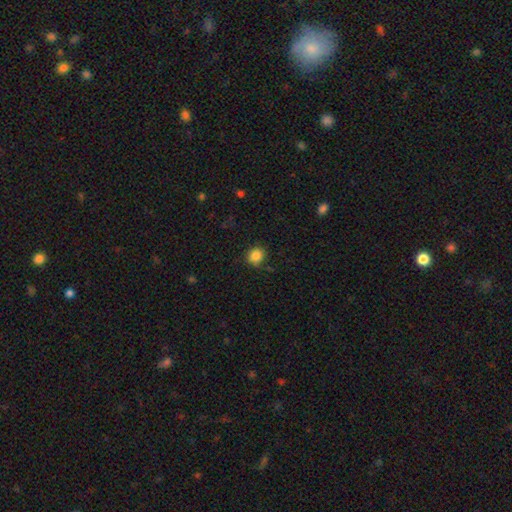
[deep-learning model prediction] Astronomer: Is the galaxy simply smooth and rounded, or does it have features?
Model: smooth — 86%.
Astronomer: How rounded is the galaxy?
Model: round — 79%.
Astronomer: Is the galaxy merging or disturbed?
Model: none — 82%.